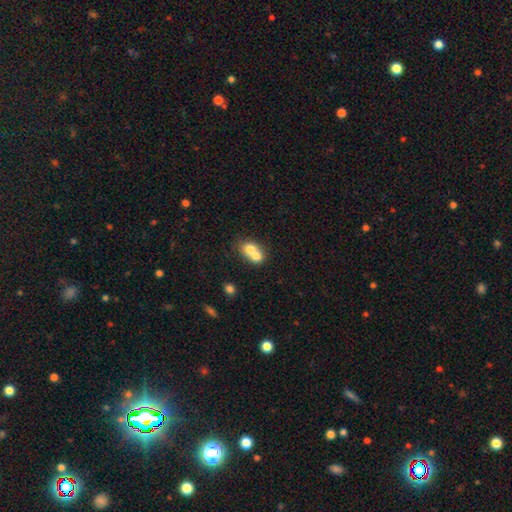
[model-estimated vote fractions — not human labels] A smooth galaxy with no disk features (69%) that is round (60%). Merging: merger (73%).